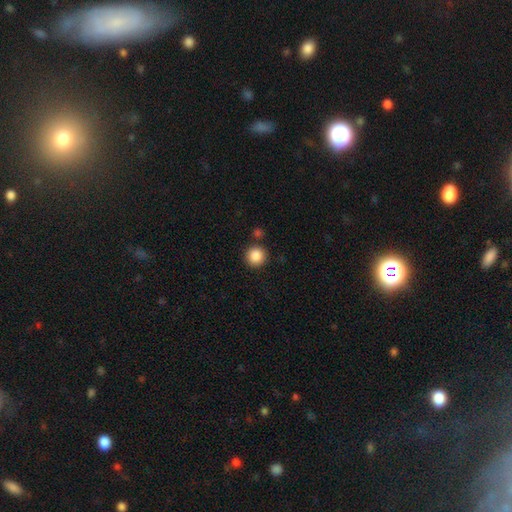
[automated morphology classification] This is clearly a smooth galaxy (88%). How rounded: clearly round (94%). Merging: clearly none (86%).